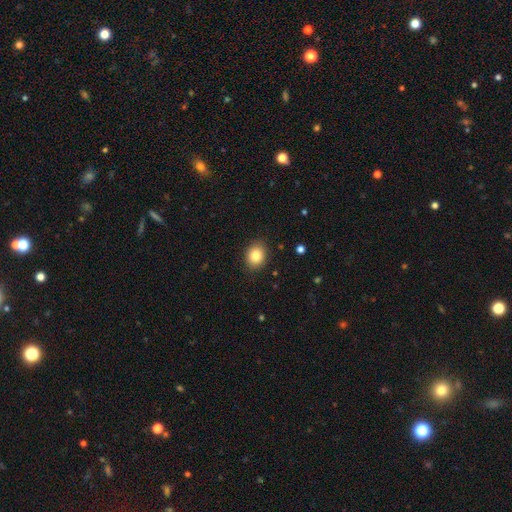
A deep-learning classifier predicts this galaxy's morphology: This is clearly a smooth galaxy (83%). How rounded: possibly round (50%). Merging: clearly none (89%).